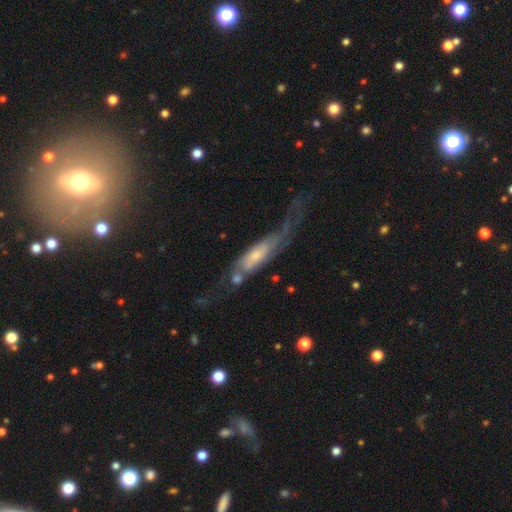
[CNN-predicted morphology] Smooth or featured?
  - featured or disk: 62% *
  - smooth: 32%
  - star or artifact: 6%
Edge-on disk?
  - no: 65% *
  - yes: 35%
Merging?
  - major disturbance: 34% *
  - none: 32%
  - minor disturbance: 21%
  - merger: 14%